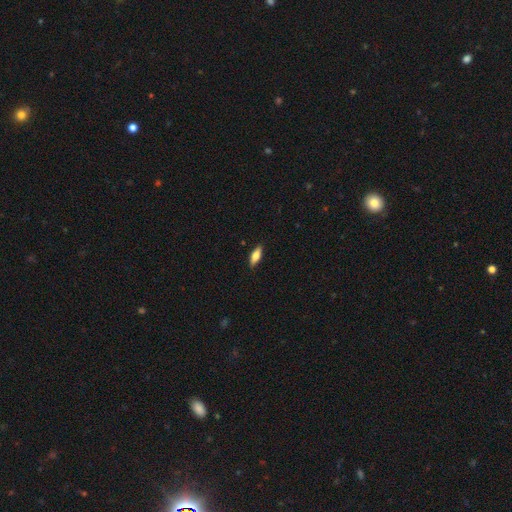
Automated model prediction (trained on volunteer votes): Q: Smooth or featured?
A: smooth (71%); runner-up: featured or disk (23%)
Q: How rounded?
A: in between (66%); runner-up: cigar-shaped (31%)
Q: Merging?
A: none (87%); runner-up: minor disturbance (10%)